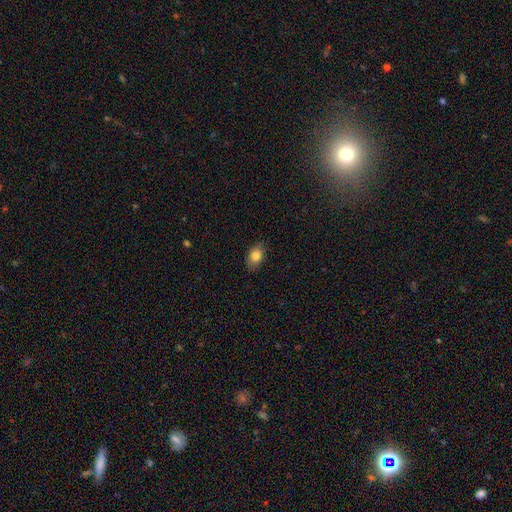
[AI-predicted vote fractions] Smooth or featured? smooth (82%)
How rounded? in between (82%)
Merging? none (81%)